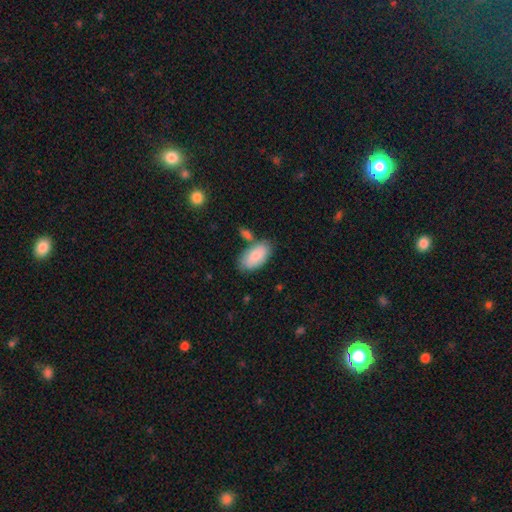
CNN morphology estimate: Q: Smooth or featured?
A: smooth (82%); runner-up: featured or disk (12%)
Q: How rounded?
A: in between (95%); runner-up: round (3%)
Q: Merging?
A: none (66%); runner-up: minor disturbance (17%)